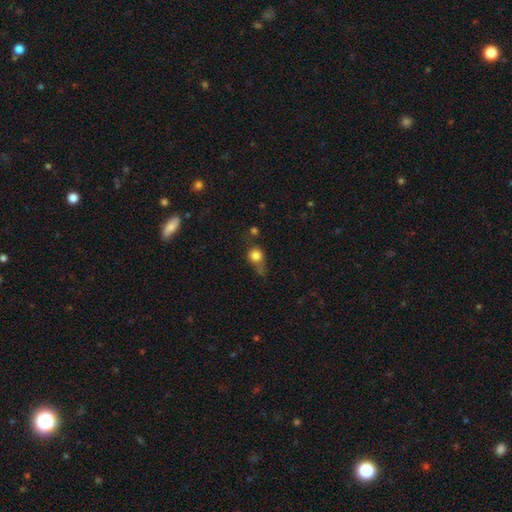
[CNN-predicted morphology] Smooth or featured? Predicted: smooth (p=0.78). How rounded? Predicted: round (p=0.80). Merging? Predicted: none (p=0.39).